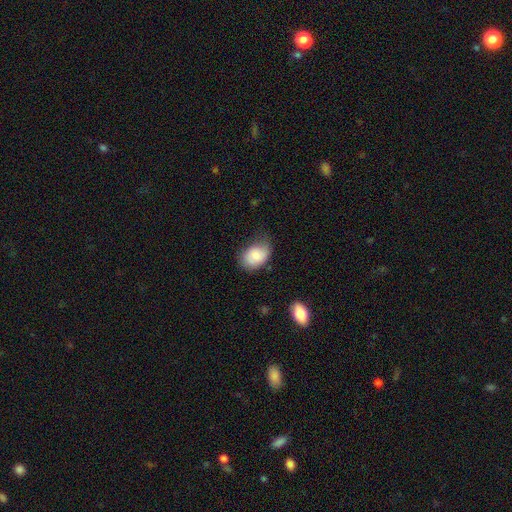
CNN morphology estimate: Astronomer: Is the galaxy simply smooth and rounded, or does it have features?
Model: smooth — 82%.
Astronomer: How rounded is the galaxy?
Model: in between — 78%.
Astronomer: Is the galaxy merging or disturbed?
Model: none — 48% (runner-up: minor disturbance, 38%).